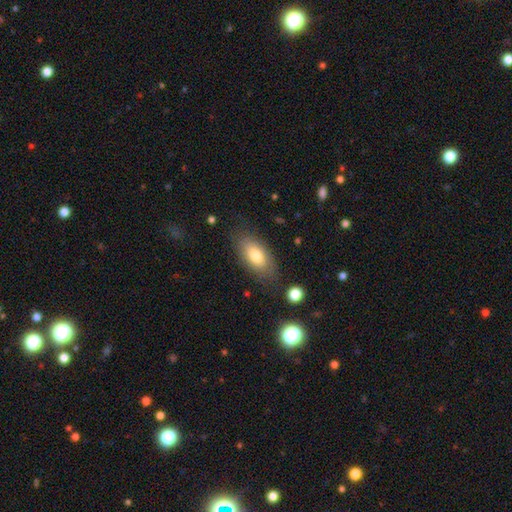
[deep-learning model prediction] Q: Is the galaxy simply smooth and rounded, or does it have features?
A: smooth — 76%.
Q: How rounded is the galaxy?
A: in between — 89%.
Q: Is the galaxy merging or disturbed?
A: none — 78%.